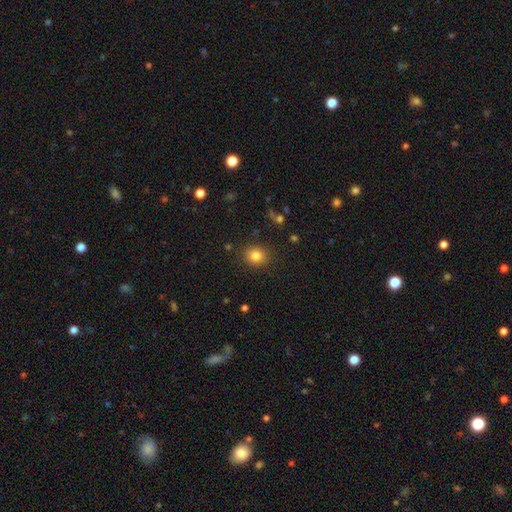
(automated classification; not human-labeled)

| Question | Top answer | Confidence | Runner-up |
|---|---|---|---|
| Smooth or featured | smooth | 82% | star or artifact (11%) |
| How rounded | round | 76% | in between (23%) |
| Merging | none | 87% | minor disturbance (9%) |